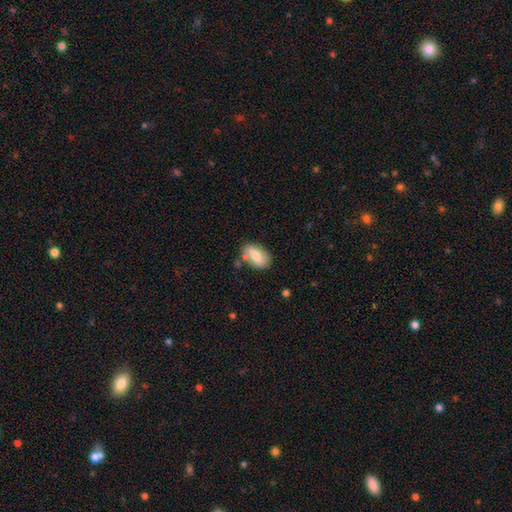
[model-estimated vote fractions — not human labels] smooth 63%, featured or disk 30%, star or artifact 7%. Down the decision tree: how rounded — in between (87%); merging — none (70%).